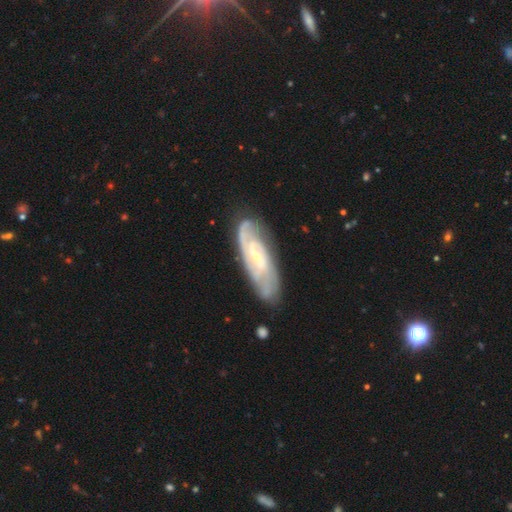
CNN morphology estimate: Smooth or featured? Predicted: featured or disk (p=0.85). Edge-on disk? Predicted: no (p=0.89). Bar? Predicted: weak (p=0.47). Spiral arms? Predicted: yes (p=0.95). Spiral winding? Predicted: tight (p=0.55). Spiral arm count? Predicted: 2 (p=0.45). Bulge size? Predicted: small (p=0.67). Merging? Predicted: none (p=0.78).